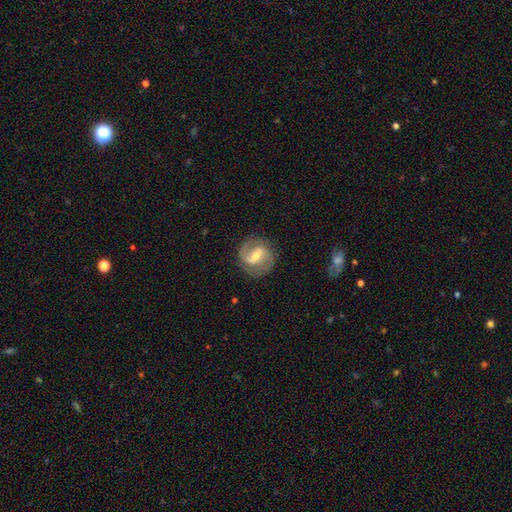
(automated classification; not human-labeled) featured or disk 82%, smooth 12%, star or artifact 5%. Down the decision tree: edge-on disk — no (97%); bar — weak (45%); spiral arms — yes (92%); spiral arm count — 2 (89%); spiral winding — medium (52%); bulge size — moderate (51%); merging — none (83%).